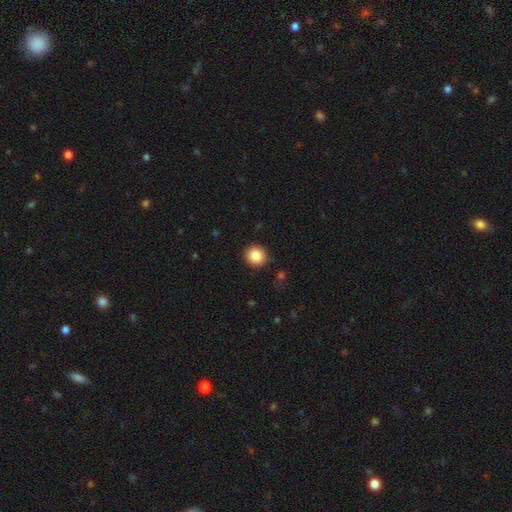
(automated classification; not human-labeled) Morphology: type=smooth (86%); roundness=round (93%); merging=none (91%).